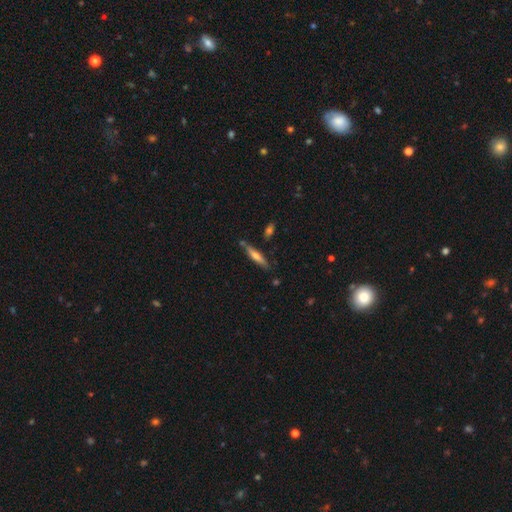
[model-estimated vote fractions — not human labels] Overall: featured or disk (50%; smooth 43%). Edge-on disk: yes (94%). Merging: none (80%).